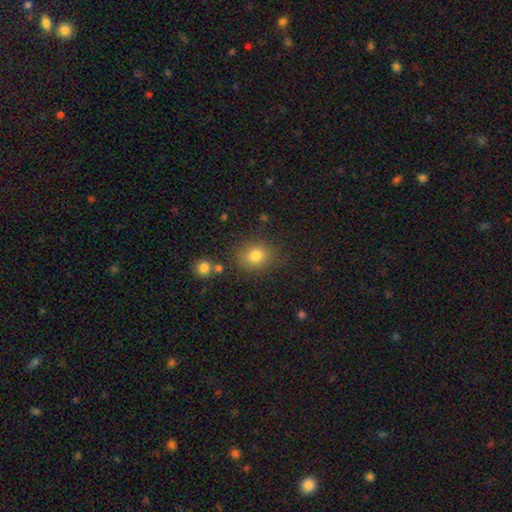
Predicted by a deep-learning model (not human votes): A smooth galaxy with no disk features (80%) that is round (64%).

Vote fractions:
- Smooth or featured? smooth: 80% / star or artifact: 12% / featured or disk: 8%
- How rounded? round: 64% / in between: 35% / cigar-shaped: 1%
- Merging? none: 79% / minor disturbance: 13% / major disturbance: 4% / merger: 4%